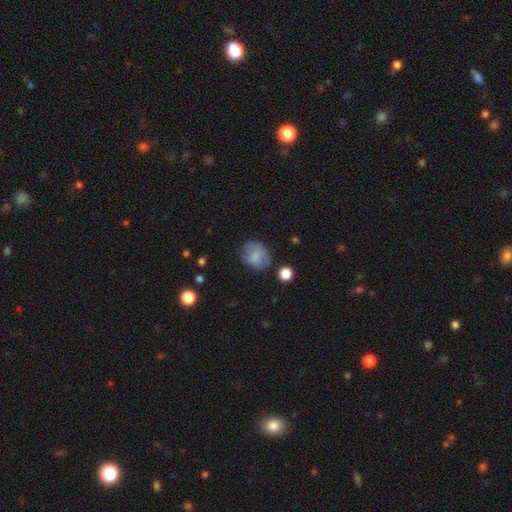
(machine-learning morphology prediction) smooth 69%, featured or disk 22%, star or artifact 9%. Down the decision tree: how rounded — round (56%); merging — none (63%).